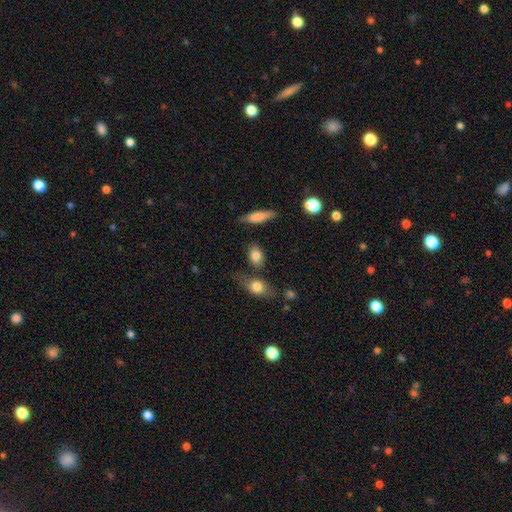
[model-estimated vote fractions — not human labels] smooth_or_featured: smooth (p=0.82) [alt: featured or disk p=0.10]
how_rounded: in between (p=0.70) [alt: round p=0.25]
merging: none (p=0.70) [alt: minor disturbance p=0.15]